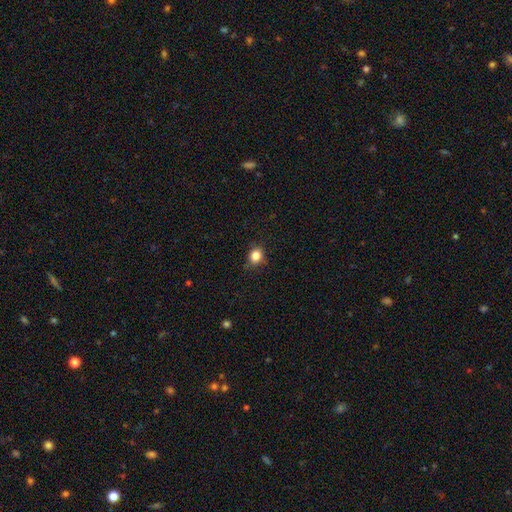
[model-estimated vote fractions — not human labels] This is clearly a smooth galaxy (84%). How rounded: likely round (68%). Merging: likely none (79%).